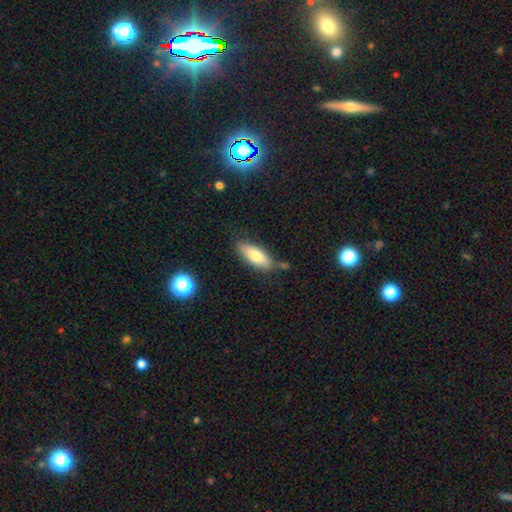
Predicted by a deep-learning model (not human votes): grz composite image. It shows a smooth galaxy with no disk features (76%) that is in between round and cigar-shaped (72%). Merging: none (75%).